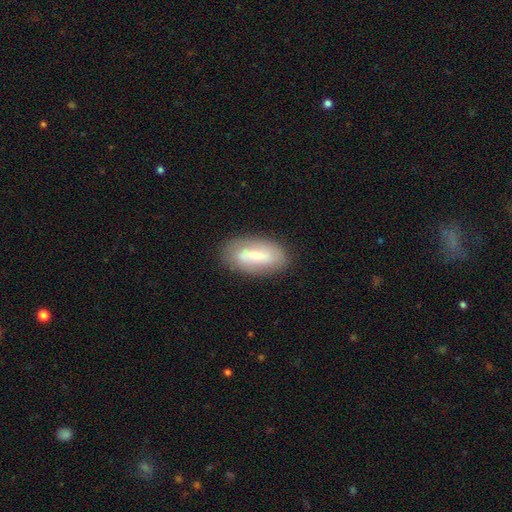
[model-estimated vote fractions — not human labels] A featured or disk galaxy (48%). Merging: none (83%).